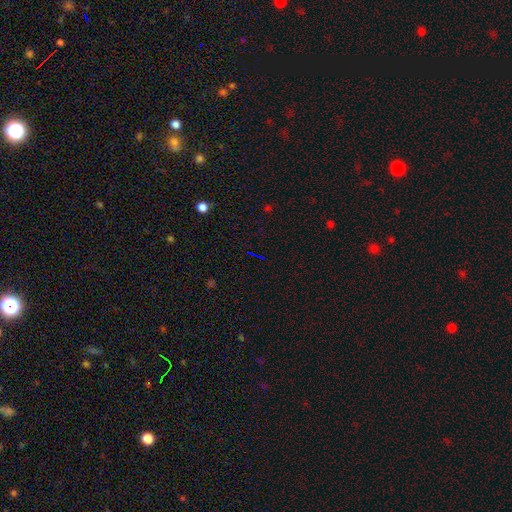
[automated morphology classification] Smooth or featured: star or artifact — 75% (smooth — 15%)